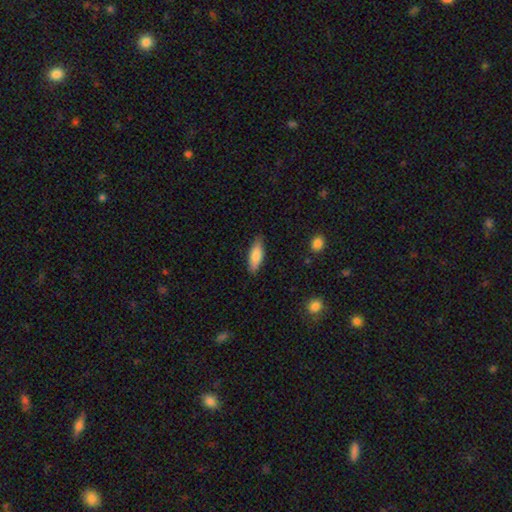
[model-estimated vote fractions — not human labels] smooth_or_featured: smooth (p=0.81) [alt: featured or disk p=0.13]
how_rounded: in between (p=0.62) [alt: cigar-shaped p=0.36]
merging: none (p=0.82) [alt: minor disturbance p=0.14]